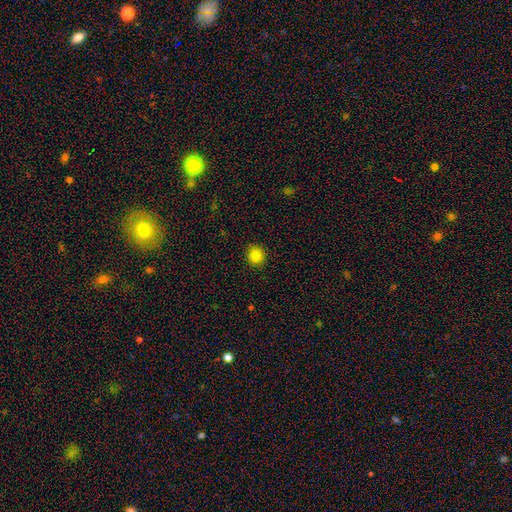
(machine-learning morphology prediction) type=smooth (83%); roundness=round (81%); merging=none (90%).